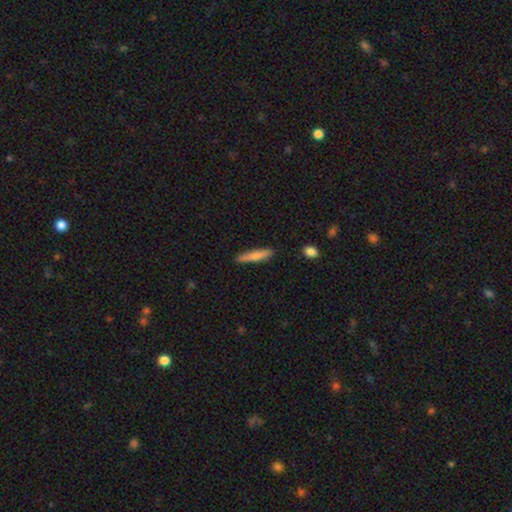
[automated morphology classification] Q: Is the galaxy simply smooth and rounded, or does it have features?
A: smooth — 75%.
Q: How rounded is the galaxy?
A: cigar-shaped — 90%.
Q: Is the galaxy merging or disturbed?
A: none — 86%.